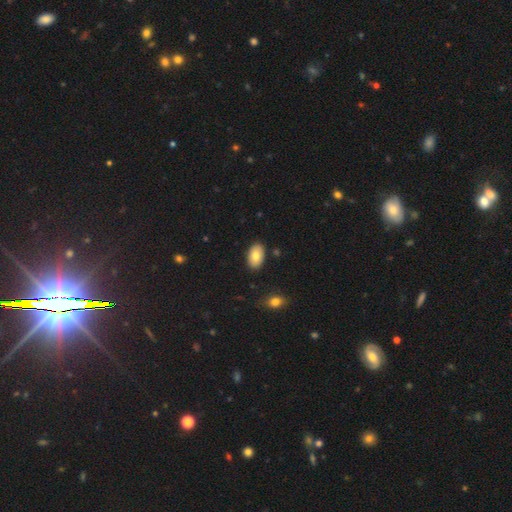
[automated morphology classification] A smooth galaxy with no disk features (81%) that is in between round and cigar-shaped (93%).

Vote fractions:
- Smooth or featured? smooth: 81% / featured or disk: 13% / star or artifact: 7%
- How rounded? in between: 93% / round: 5% / cigar-shaped: 1%
- Merging? none: 87% / minor disturbance: 9% / merger: 2% / major disturbance: 2%